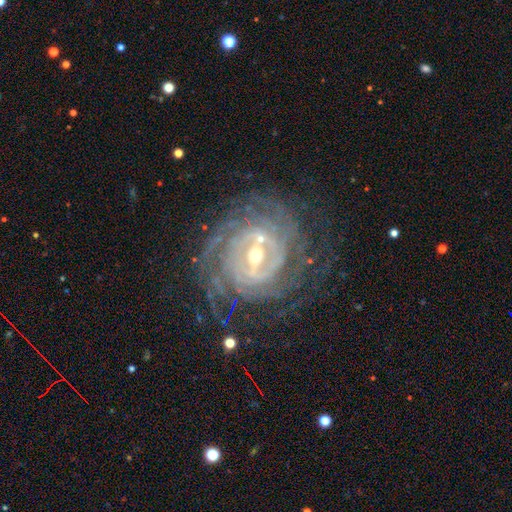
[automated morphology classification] The model was most divided on "bar": weak: 43%, strong: 37%, no: 20%. Remaining: edge-on disk — no (97%); spiral arms — yes (97%); smooth or featured — featured or disk (90%); spiral winding — tight (78%); merging — none (71%); bulge size — small (52%); spiral arm count — can't tell (30%).